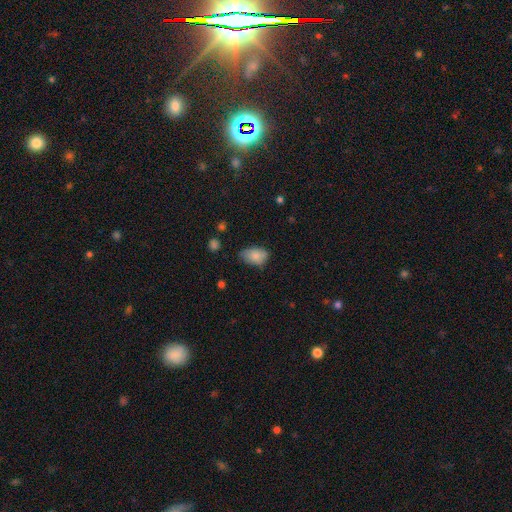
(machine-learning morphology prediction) smooth_or_featured: smooth (p=0.82) [alt: featured or disk p=0.10]
how_rounded: in between (p=0.87) [alt: round p=0.11]
merging: none (p=0.54) [alt: minor disturbance p=0.37]